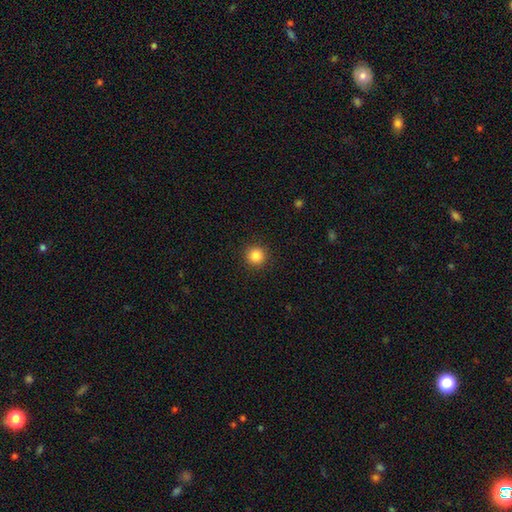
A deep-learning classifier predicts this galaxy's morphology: A smooth galaxy with no disk features (85%) that is round (95%). Merging: none (92%).